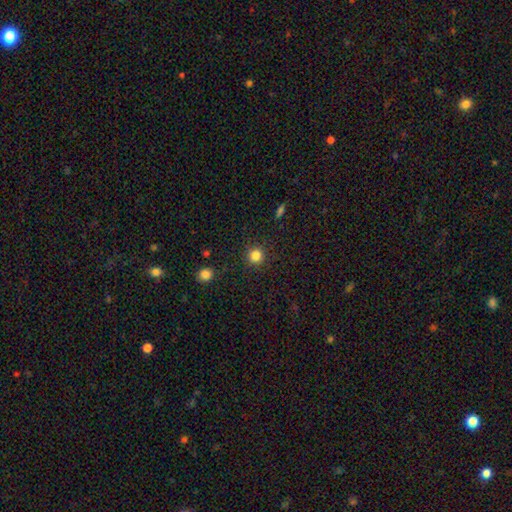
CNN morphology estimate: Smooth or featured? smooth (84%)
How rounded? round (94%)
Merging? none (91%)